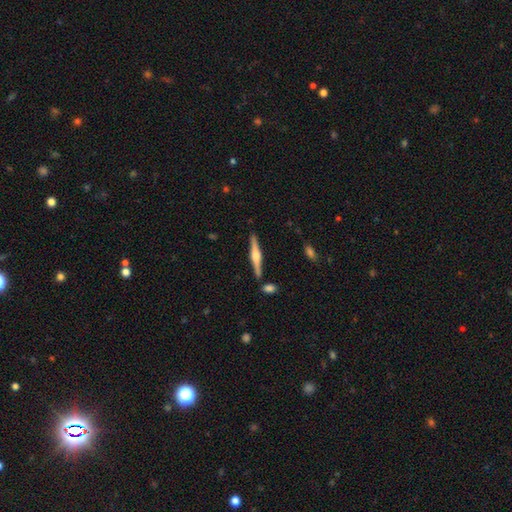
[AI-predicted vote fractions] smooth-or-featured: featured or disk: 75% | smooth: 20% | star or artifact: 5%
  disk-edge-on: yes: 98% | no: 2%
    edge-on-bulge: rounded: 84% | boxy: 13% | none: 3%
  merging: none: 87% | minor disturbance: 8% | merger: 4% | major disturbance: 2%